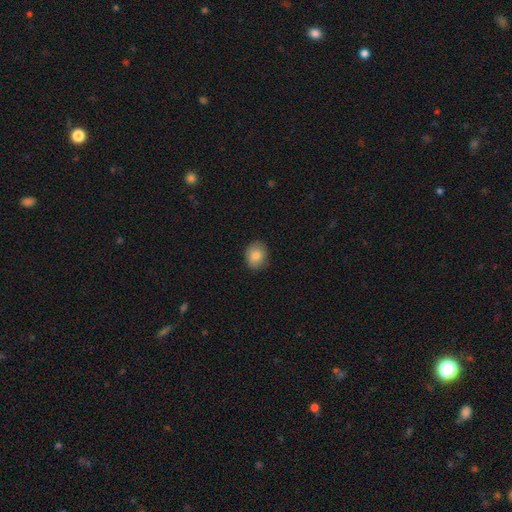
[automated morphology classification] Smooth or featured?
  - smooth: 84% *
  - star or artifact: 8%
  - featured or disk: 8%
How rounded?
  - round: 56% *
  - in between: 43%
  - cigar-shaped: 1%
Merging?
  - none: 85% *
  - minor disturbance: 12%
  - major disturbance: 2%
  - merger: 1%